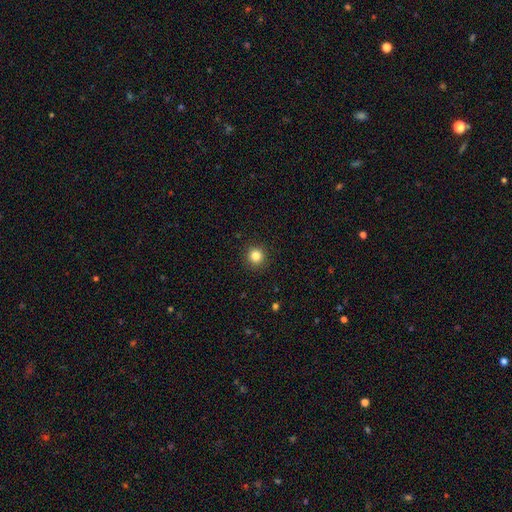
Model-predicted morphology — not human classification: smooth_or_featured: smooth (p=0.84) [alt: star or artifact p=0.12]
how_rounded: round (p=0.94) [alt: in between p=0.05]
merging: none (p=0.92) [alt: minor disturbance p=0.05]